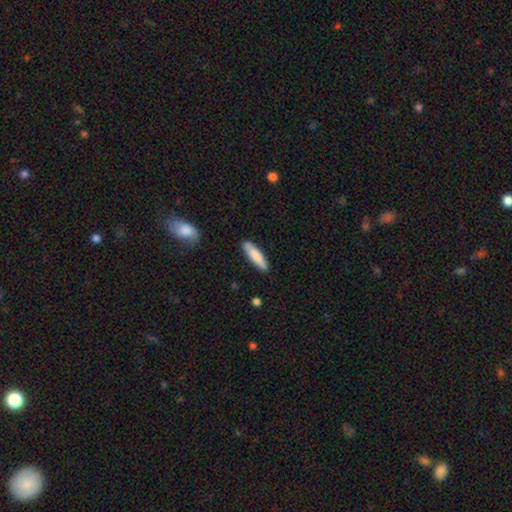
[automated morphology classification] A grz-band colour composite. It shows a smooth galaxy with no disk features (80%) that is cigar-shaped (73%). Merging: none (85%).